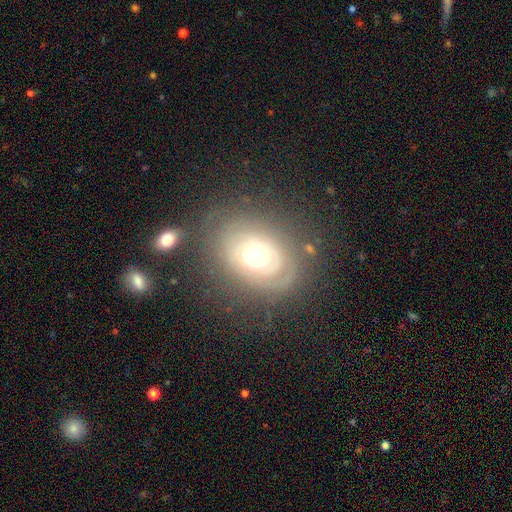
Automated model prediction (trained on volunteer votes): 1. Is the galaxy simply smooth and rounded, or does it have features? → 65% featured or disk, 26% smooth, 10% star or artifact.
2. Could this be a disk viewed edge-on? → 95% no, 5% yes.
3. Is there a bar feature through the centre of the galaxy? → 76% no, 18% weak, 6% strong.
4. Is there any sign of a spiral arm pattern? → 64% yes, 36% no.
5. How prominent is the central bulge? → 59% moderate, 29% large, 6% small, 4% dominant, 1% none.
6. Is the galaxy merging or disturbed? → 68% none, 18% minor disturbance, 10% major disturbance, 4% merger.